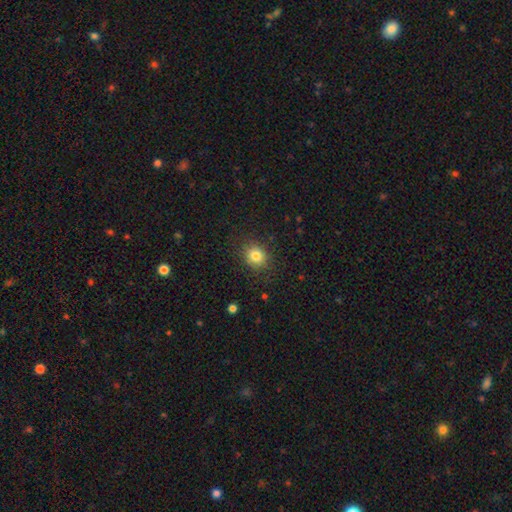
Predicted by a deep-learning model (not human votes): The model was most divided on "how rounded": round: 75%, in between: 24%, cigar-shaped: 1%. More confident: merging — none (85%); smooth or featured — smooth (81%).